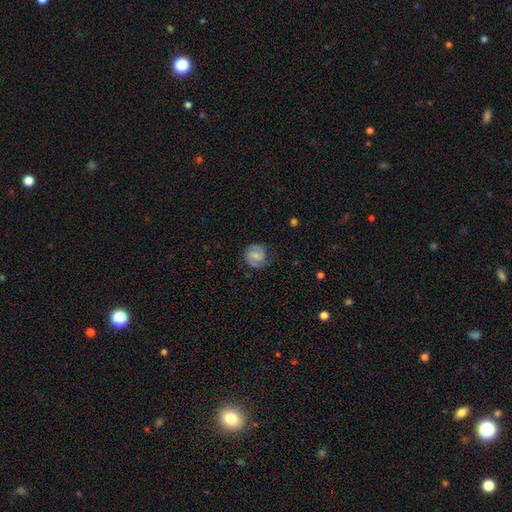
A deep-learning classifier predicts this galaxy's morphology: The model was most divided on "spiral winding": medium: 46%, tight: 38%, loose: 15%. Remaining: edge-on disk — no (98%); spiral arms — yes (92%); spiral arm count — 2 (87%); merging — none (81%); smooth or featured — featured or disk (64%); bar — weak (54%); bulge size — small (44%).